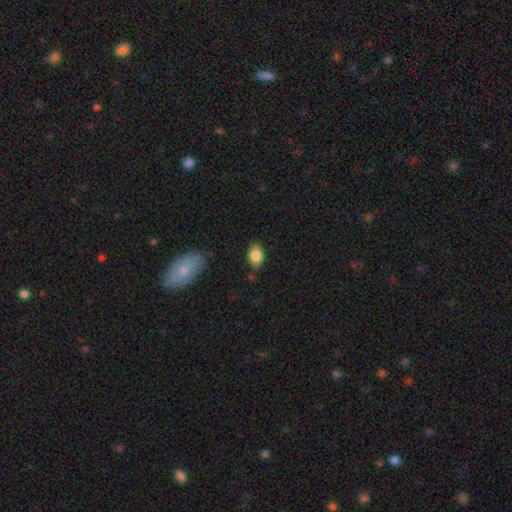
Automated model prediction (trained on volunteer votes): Overall: smooth (85%). How rounded: in between (83%). Merging: none (79%).